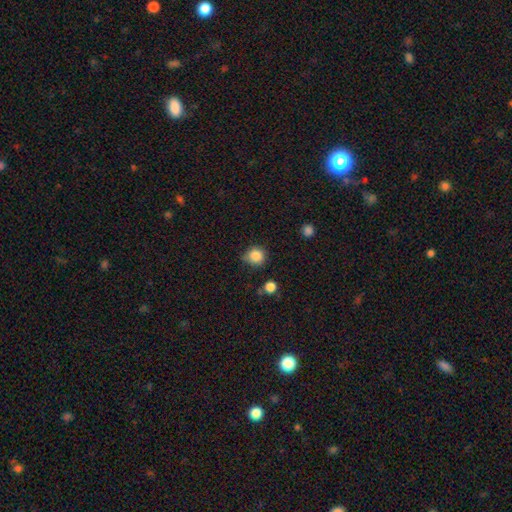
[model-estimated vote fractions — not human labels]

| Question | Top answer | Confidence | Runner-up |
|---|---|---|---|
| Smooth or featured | smooth | 85% | star or artifact (11%) |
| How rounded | round | 88% | in between (11%) |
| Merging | none | 69% | minor disturbance (23%) |